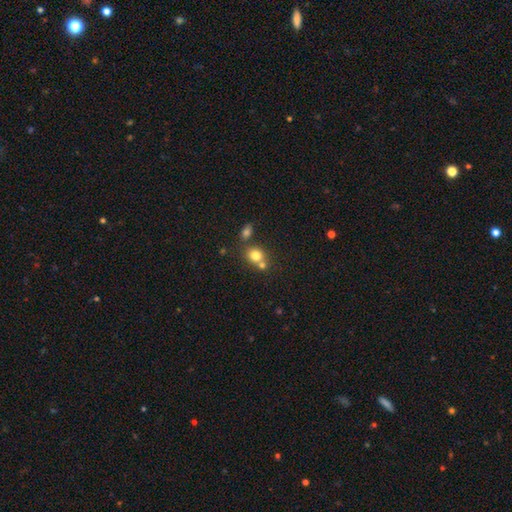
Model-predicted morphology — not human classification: Smooth or featured: smooth — 77% (star or artifact — 12%)
How rounded: round — 71% (in between — 28%)
Merging: none — 49% (merger — 38%)